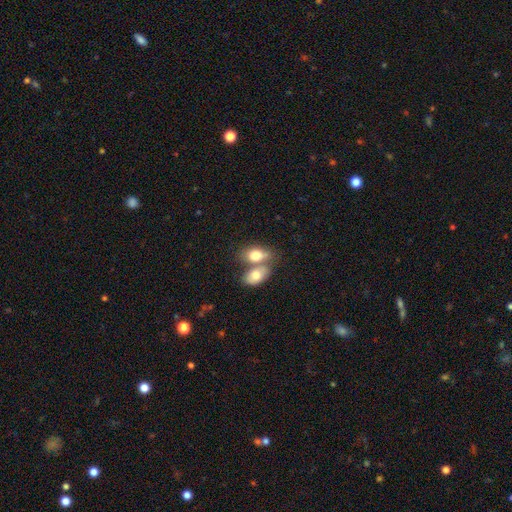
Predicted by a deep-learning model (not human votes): Overall: smooth (76%). How rounded: in between (84%). Merging: merger (62%; none 26%).